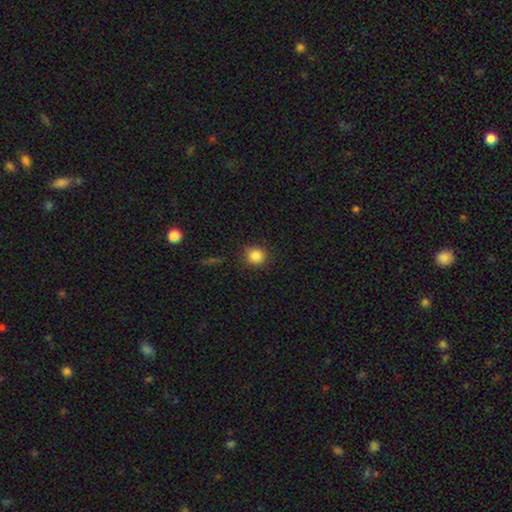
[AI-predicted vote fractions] The model was most divided on "smooth or featured": smooth: 85%, star or artifact: 10%, featured or disk: 4%. More confident: how rounded — round (89%); merging — none (88%).